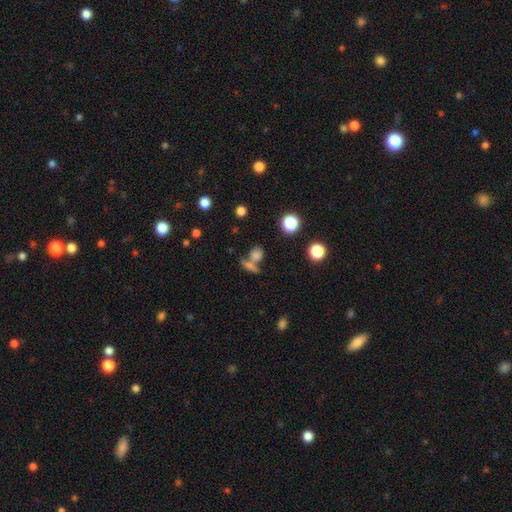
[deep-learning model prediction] smooth_or_featured: smooth (p=0.70) [alt: star or artifact p=0.16]
how_rounded: round (p=0.62) [alt: in between p=0.28]
merging: none (p=0.48) [alt: merger p=0.38]